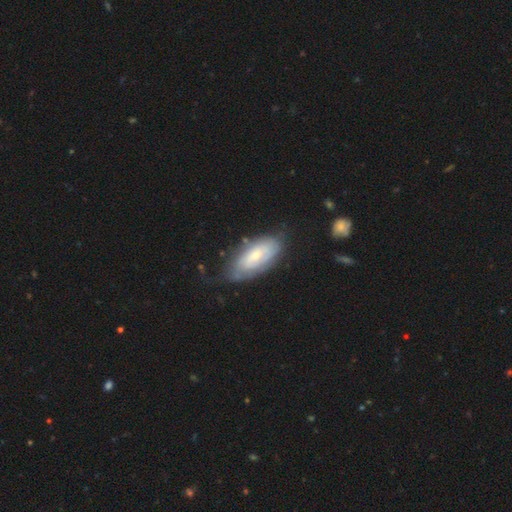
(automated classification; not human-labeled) This is possibly a featured or disk galaxy (54%). It is clearly not viewed edge-on (89%). Merging: likely none (63%).